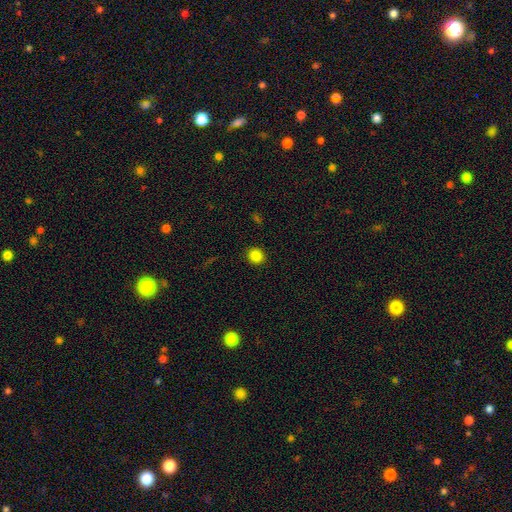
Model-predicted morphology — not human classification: Smooth or featured? smooth (85%)
How rounded? round (86%)
Merging? none (91%)